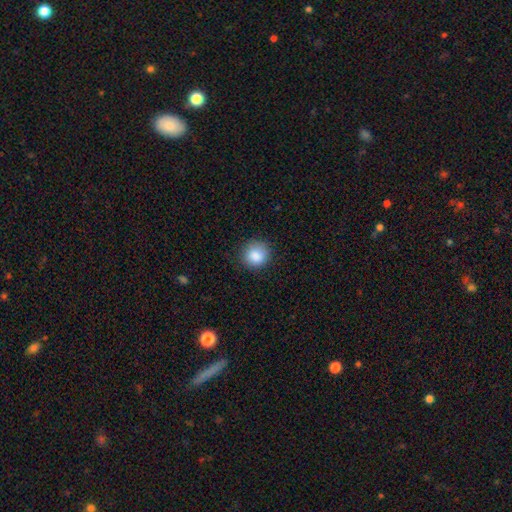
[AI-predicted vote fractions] smooth 87%, star or artifact 9%, featured or disk 4%. Down the decision tree: how rounded — round (88%); merging — none (83%).